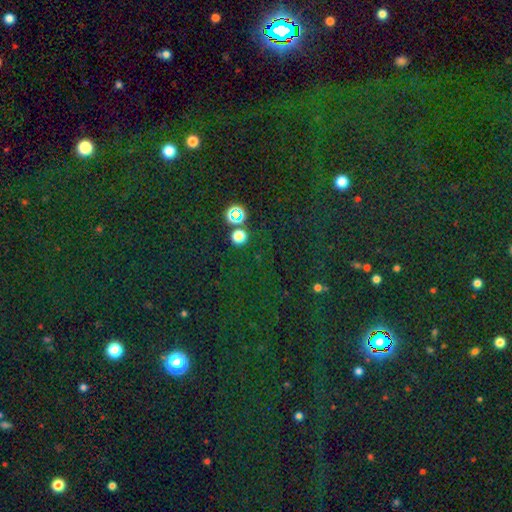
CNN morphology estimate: star or artifact 80%, smooth 12%, featured or disk 8%.